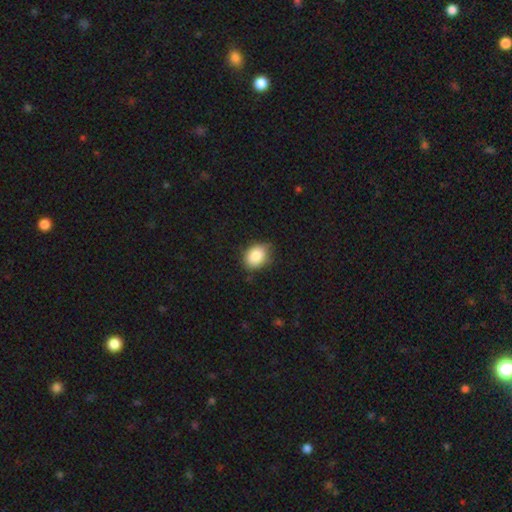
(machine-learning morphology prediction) smooth-or-featured: smooth: 85% | star or artifact: 8% | featured or disk: 7%
  how-rounded: in between: 61% | round: 38% | cigar-shaped: 1%
  merging: none: 71% | minor disturbance: 24% | major disturbance: 4% | merger: 1%